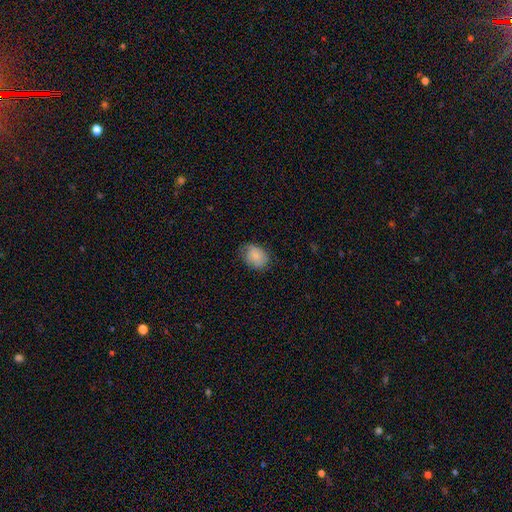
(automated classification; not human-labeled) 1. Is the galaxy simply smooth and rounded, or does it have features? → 81% smooth, 12% featured or disk, 7% star or artifact.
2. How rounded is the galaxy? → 63% in between, 36% round, 1% cigar-shaped.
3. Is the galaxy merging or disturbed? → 69% none, 24% minor disturbance, 6% major disturbance, 1% merger.